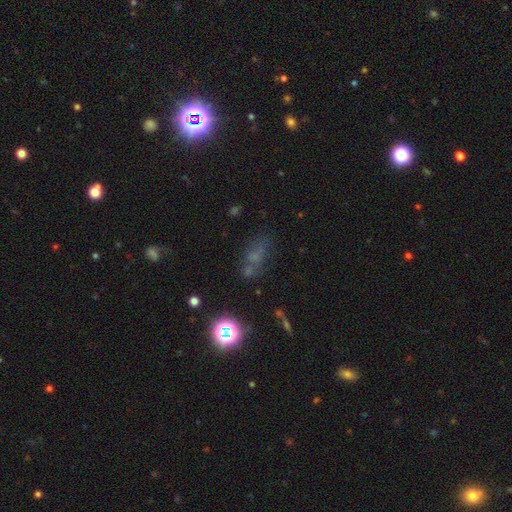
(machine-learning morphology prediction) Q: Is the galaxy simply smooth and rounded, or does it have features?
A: smooth — 46%.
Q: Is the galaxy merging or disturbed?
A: none — 53%.